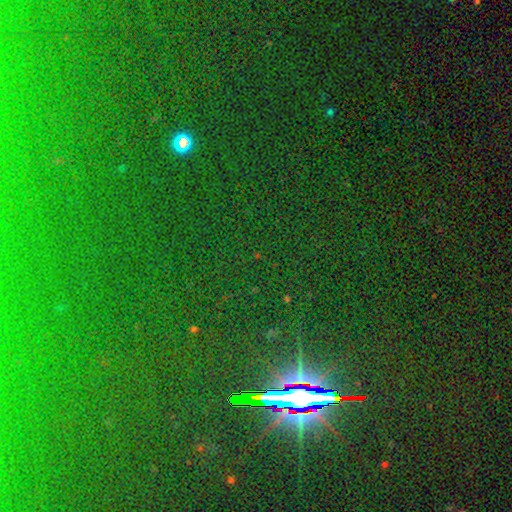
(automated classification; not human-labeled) Smooth or featured? star or artifact (83%)